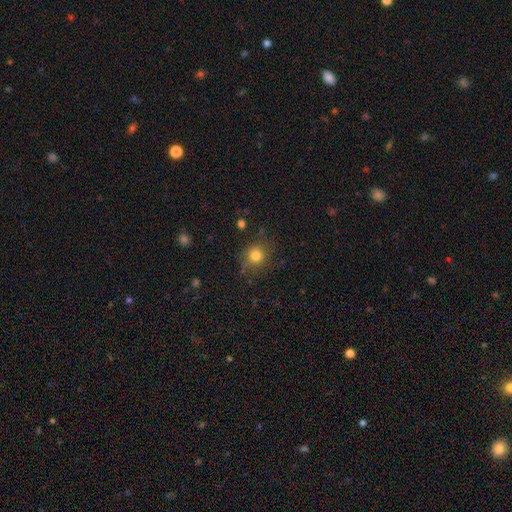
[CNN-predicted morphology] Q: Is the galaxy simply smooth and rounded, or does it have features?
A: smooth — 80%.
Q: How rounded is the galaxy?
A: round — 89%.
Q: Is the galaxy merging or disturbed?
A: none — 82%.